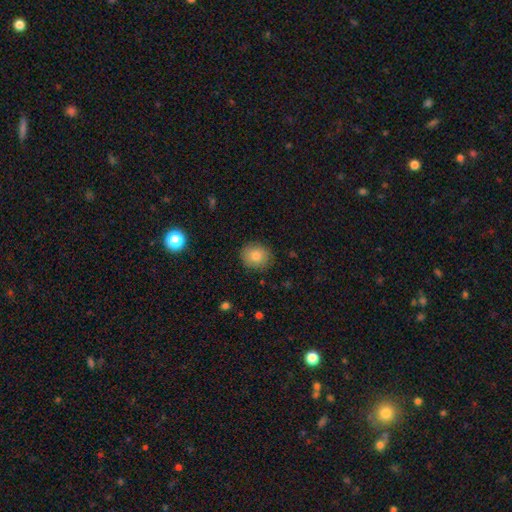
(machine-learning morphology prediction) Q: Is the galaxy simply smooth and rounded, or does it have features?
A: smooth — 81%.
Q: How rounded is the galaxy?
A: round — 77%.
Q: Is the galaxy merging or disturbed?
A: none — 86%.